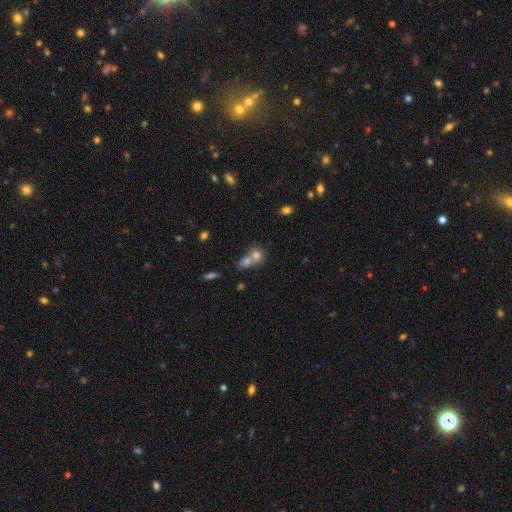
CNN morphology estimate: Q: Smooth or featured?
A: smooth (73%); runner-up: featured or disk (15%)
Q: How rounded?
A: round (72%); runner-up: in between (27%)
Q: Merging?
A: merger (60%); runner-up: none (31%)